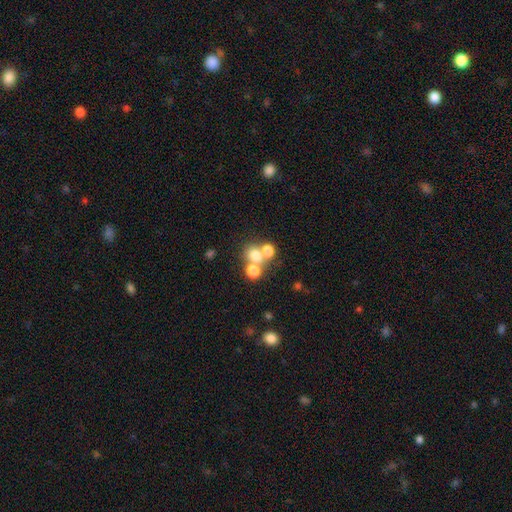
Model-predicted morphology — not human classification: Q: Smooth or featured?
A: smooth (69%); runner-up: star or artifact (16%)
Q: How rounded?
A: round (70%); runner-up: in between (29%)
Q: Merging?
A: merger (48%); runner-up: none (41%)